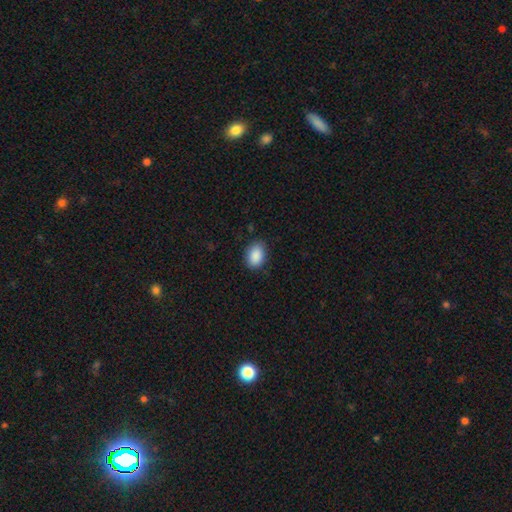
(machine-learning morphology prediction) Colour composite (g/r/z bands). It shows a smooth galaxy with no disk features (89%) that is in between round and cigar-shaped (82%). Merging: none (84%).